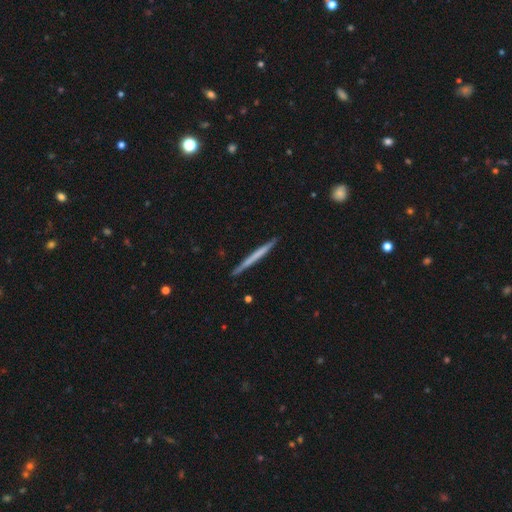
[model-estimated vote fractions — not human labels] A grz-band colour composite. It shows a smooth galaxy with no disk features (52%) that is cigar-shaped (97%). Merging: none (91%).